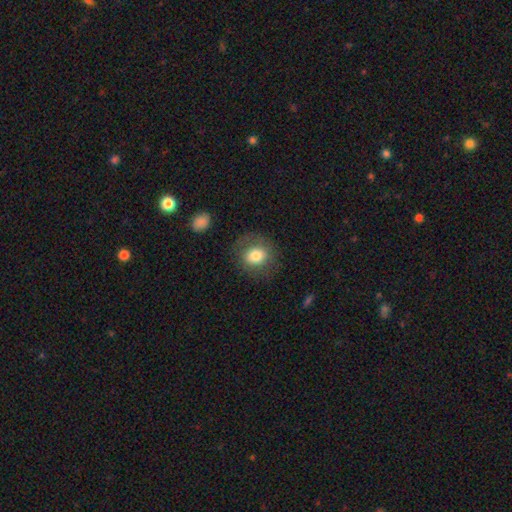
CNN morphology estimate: Smooth or featured?
  - smooth: 76% *
  - featured or disk: 16%
  - star or artifact: 8%
How rounded?
  - round: 70% *
  - in between: 29%
  - cigar-shaped: 1%
Merging?
  - none: 78% *
  - minor disturbance: 14%
  - major disturbance: 7%
  - merger: 1%